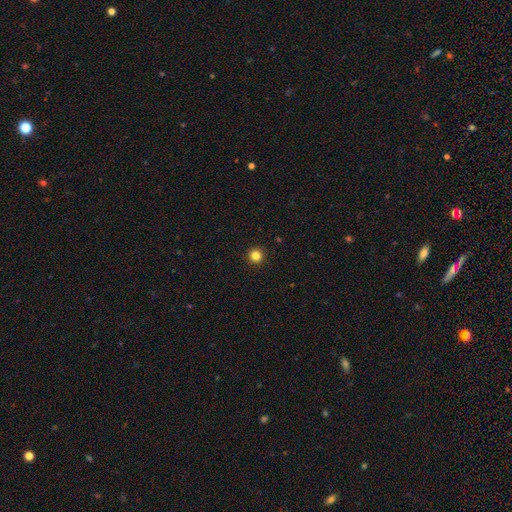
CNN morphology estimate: The model was most divided on "smooth or featured": smooth: 84%, star or artifact: 13%, featured or disk: 4%. More confident: how rounded — round (96%); merging — none (94%).